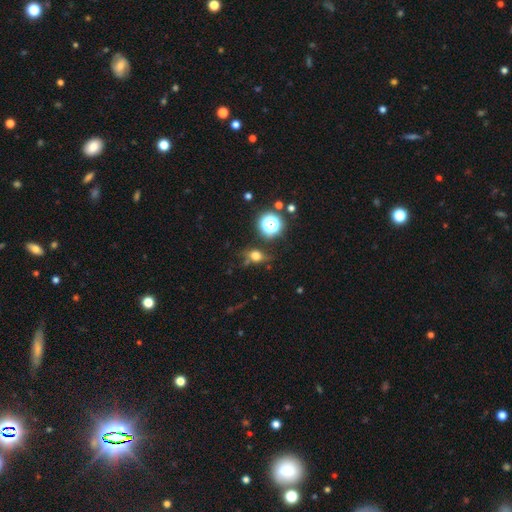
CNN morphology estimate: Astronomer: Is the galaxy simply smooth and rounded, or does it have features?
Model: smooth — 58%.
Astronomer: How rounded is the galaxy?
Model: round — 56% (runner-up: in between, 39%).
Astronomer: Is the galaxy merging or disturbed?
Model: none — 63%.